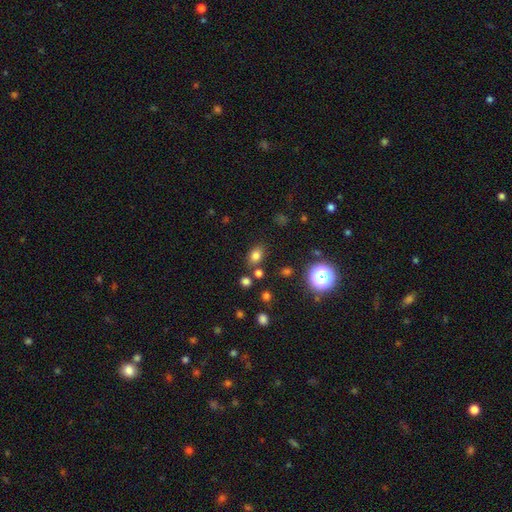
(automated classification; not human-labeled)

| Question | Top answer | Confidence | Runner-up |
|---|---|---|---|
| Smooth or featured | smooth | 76% | star or artifact (16%) |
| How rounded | in between | 70% | round (29%) |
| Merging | none | 78% | minor disturbance (12%) |